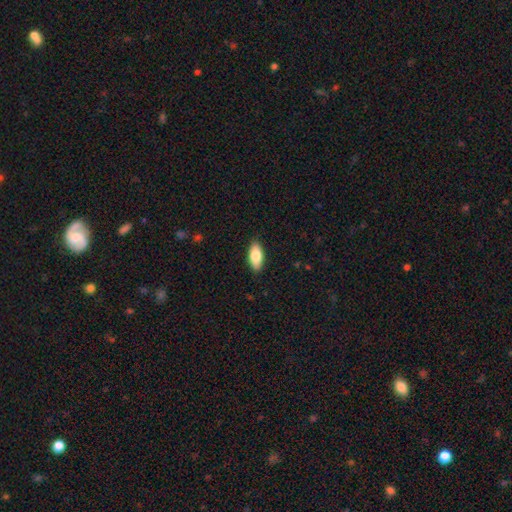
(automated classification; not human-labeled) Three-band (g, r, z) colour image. It shows a smooth galaxy with no disk features (83%) that is in between round and cigar-shaped (87%). Merging: none (88%).